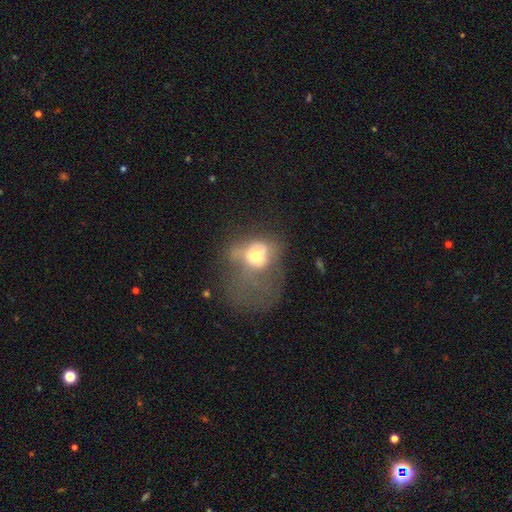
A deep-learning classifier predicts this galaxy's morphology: Smooth or featured: smooth — 52% (featured or disk — 36%)
How rounded: in between — 58% (round — 40%)
Merging: major disturbance — 63% (none — 15%)